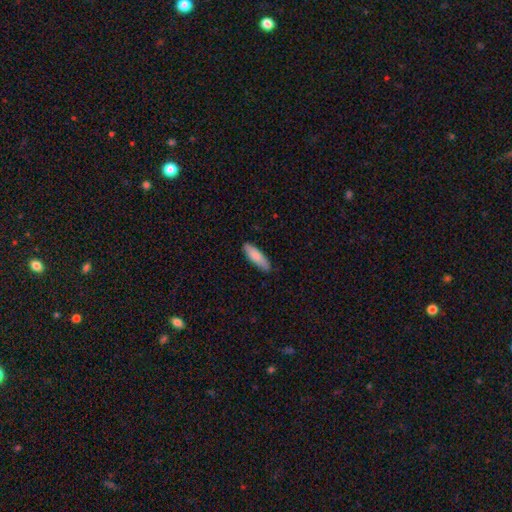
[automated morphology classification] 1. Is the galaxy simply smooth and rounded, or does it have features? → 82% smooth, 13% featured or disk, 5% star or artifact.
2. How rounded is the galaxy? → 53% cigar-shaped, 46% in between, 2% round.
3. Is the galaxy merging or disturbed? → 86% none, 11% minor disturbance, 2% major disturbance, 1% merger.